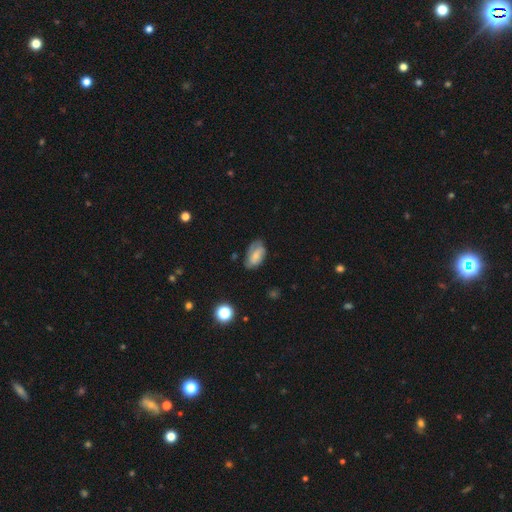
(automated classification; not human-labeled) smooth_or_featured: smooth (p=0.60) [alt: featured or disk p=0.32]
how_rounded: in between (p=0.91) [alt: round p=0.06]
merging: none (p=0.60) [alt: minor disturbance p=0.29]